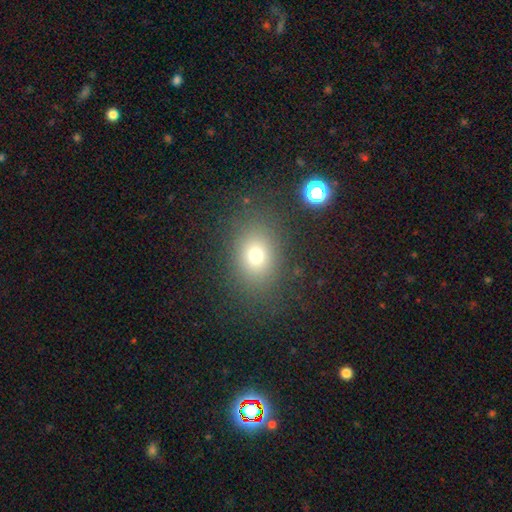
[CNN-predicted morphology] type=smooth (72%); roundness=in between (56%); merging=none (82%).